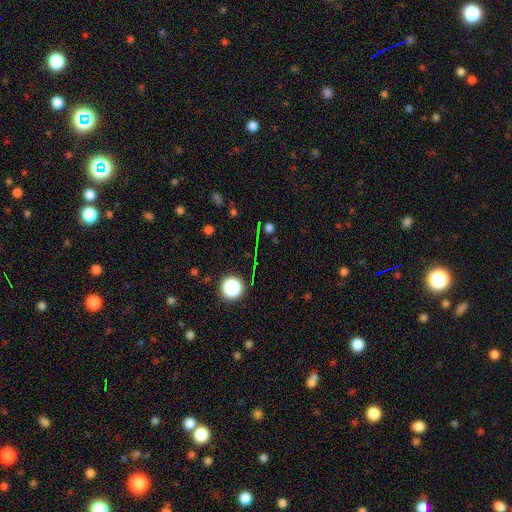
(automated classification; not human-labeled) Overall: star or artifact (69%).